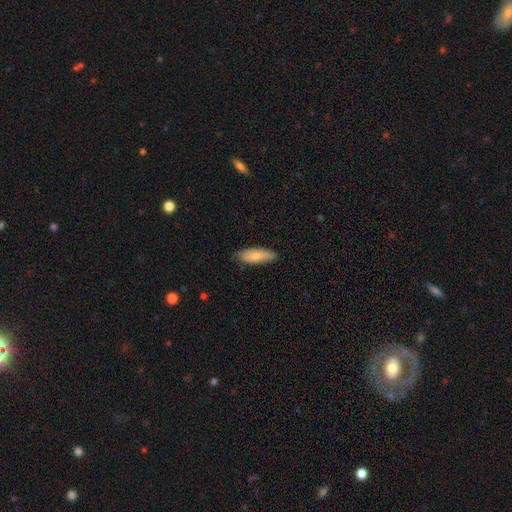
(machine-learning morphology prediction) smooth_or_featured: smooth (p=0.81) [alt: featured or disk p=0.14]
how_rounded: in between (p=0.69) [alt: cigar-shaped p=0.29]
merging: none (p=0.79) [alt: minor disturbance p=0.17]